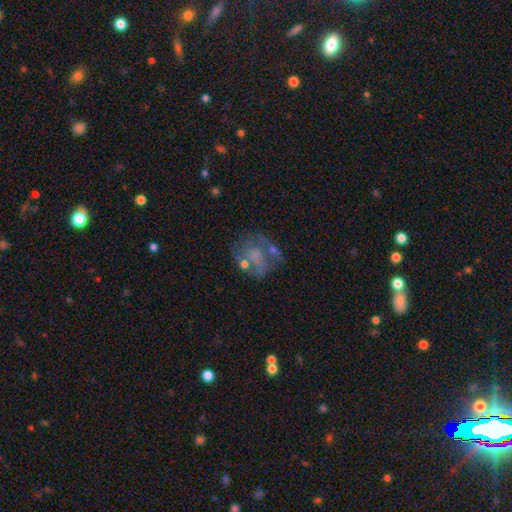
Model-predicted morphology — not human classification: Smooth or featured?
  - featured or disk: 55% *
  - smooth: 32%
  - star or artifact: 14%
Edge-on disk?
  - no: 97% *
  - yes: 3%
Bar?
  - no: 77% *
  - weak: 18%
  - strong: 4%
Spiral arms?
  - no: 60% *
  - yes: 40%
Bulge size?
  - none: 42% *
  - small: 28%
  - moderate: 24%
  - large: 5%
  - dominant: 2%
Merging?
  - none: 41% *
  - major disturbance: 25%
  - minor disturbance: 19%
  - merger: 15%